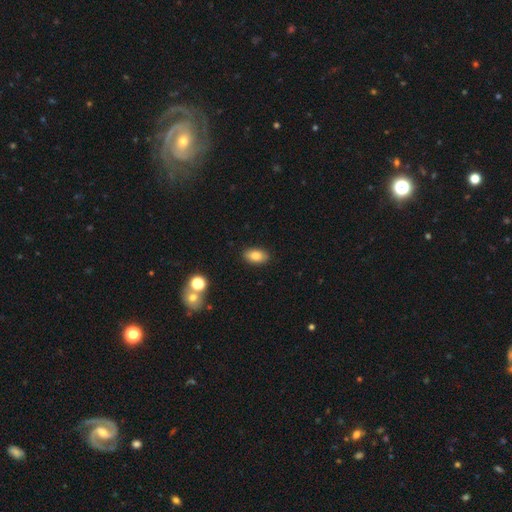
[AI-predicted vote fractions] This is clearly a smooth galaxy (82%). How rounded: clearly in between (91%). Merging: clearly none (89%).